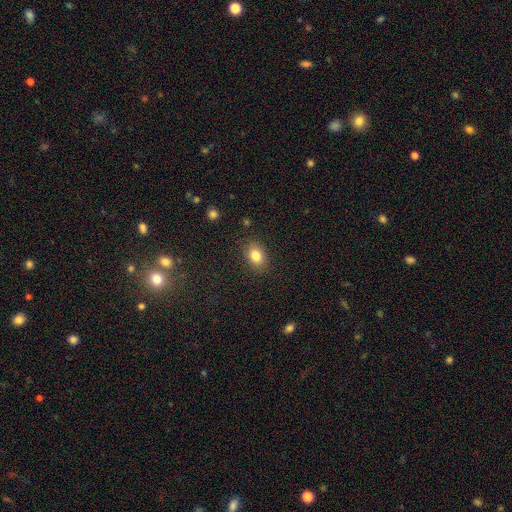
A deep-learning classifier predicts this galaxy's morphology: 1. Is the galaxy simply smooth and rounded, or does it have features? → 82% smooth, 10% star or artifact, 8% featured or disk.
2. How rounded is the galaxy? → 71% in between, 28% round, 1% cigar-shaped.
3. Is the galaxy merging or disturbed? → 86% none, 10% minor disturbance, 3% major disturbance, 1% merger.